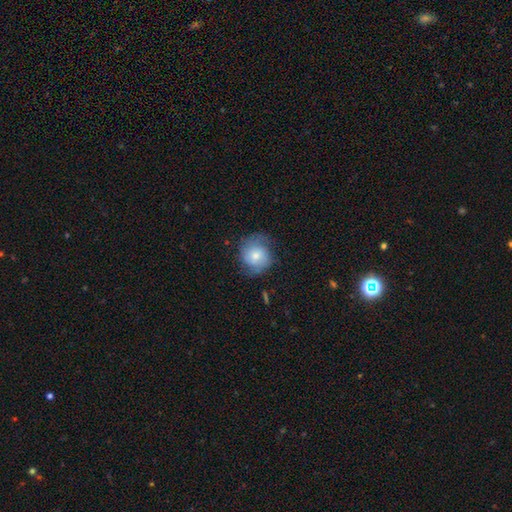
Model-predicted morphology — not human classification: smooth-or-featured: smooth: 54% | featured or disk: 38% | star or artifact: 8%
  how-rounded: round: 82% | in between: 17% | cigar-shaped: 1%
  merging: none: 65% | minor disturbance: 23% | major disturbance: 10% | merger: 1%